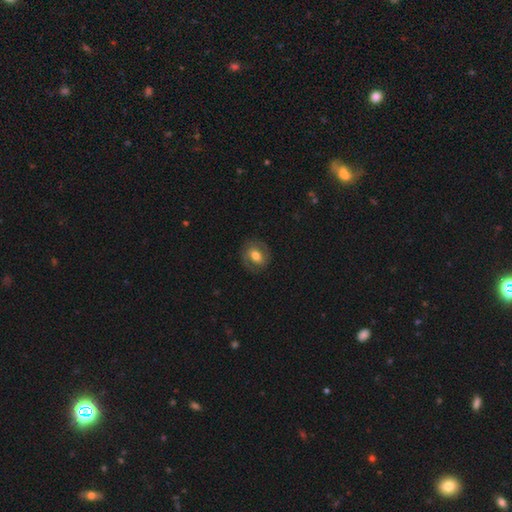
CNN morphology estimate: type=smooth (51%); roundness=round (56%); merging=none (81%).